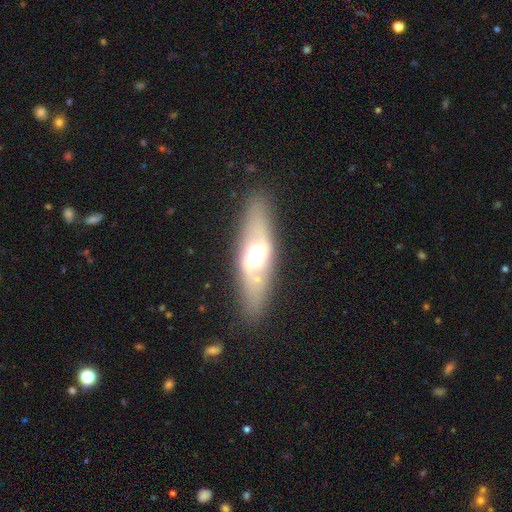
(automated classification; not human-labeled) Smooth or featured? Predicted: featured or disk (p=0.53). Edge-on disk? Predicted: no (p=0.51). Merging? Predicted: none (p=0.84).